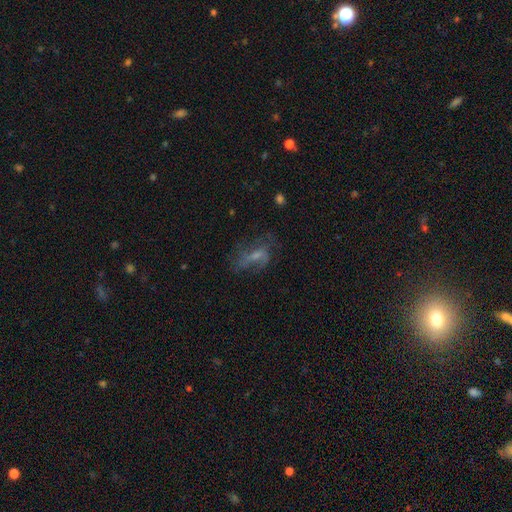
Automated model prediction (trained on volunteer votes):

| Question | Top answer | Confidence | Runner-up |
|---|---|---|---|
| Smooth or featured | featured or disk | 58% | smooth (29%) |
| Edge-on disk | no | 93% | yes (7%) |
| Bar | no | 45% | weak (42%) |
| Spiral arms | yes | 67% | no (33%) |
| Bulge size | small | 48% | moderate (30%) |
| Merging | none | 47% | major disturbance (29%) |